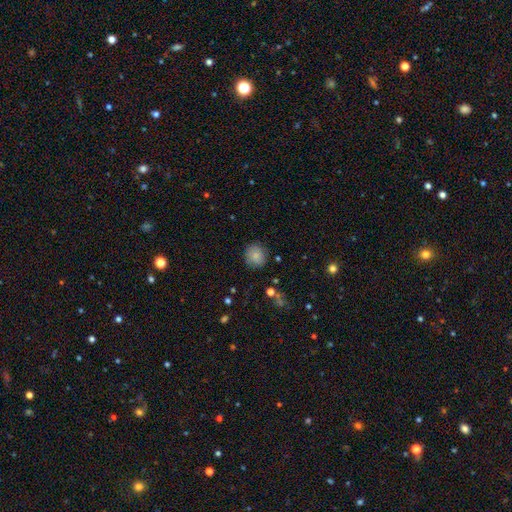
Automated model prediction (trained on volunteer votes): A smooth galaxy with no disk features (82%) that is round (87%). Merging: none (85%).